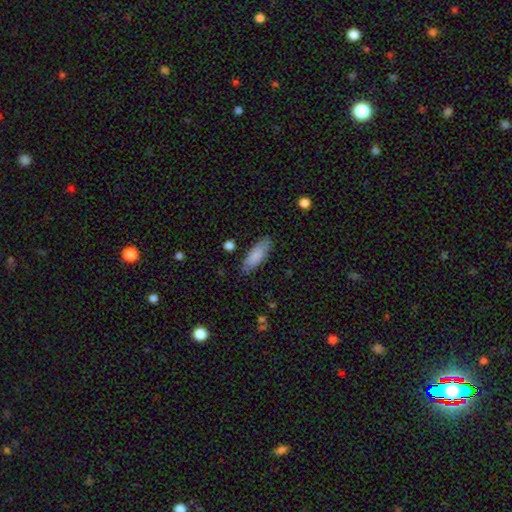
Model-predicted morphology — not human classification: Smooth or featured: smooth — 84% (featured or disk — 10%)
How rounded: in between — 64% (cigar-shaped — 34%)
Merging: none — 82% (minor disturbance — 14%)